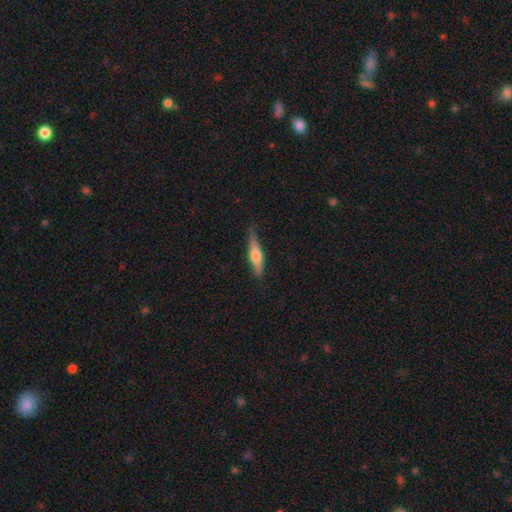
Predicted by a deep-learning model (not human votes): Smooth or featured? smooth (49%)
Merging? none (77%)